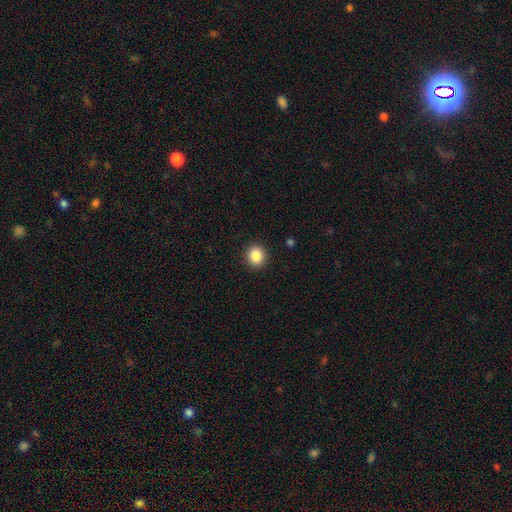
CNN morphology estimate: The model was most divided on "how rounded": round: 83%, in between: 16%, cigar-shaped: 1%. More confident: merging — none (92%); smooth or featured — smooth (87%).